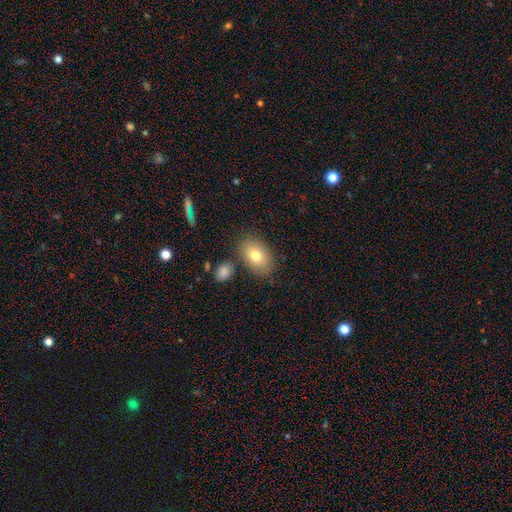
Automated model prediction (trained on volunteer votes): Smooth or featured?
  - smooth: 77% *
  - featured or disk: 15%
  - star or artifact: 8%
How rounded?
  - in between: 85% *
  - round: 14%
  - cigar-shaped: 1%
Merging?
  - none: 77% *
  - minor disturbance: 13%
  - merger: 6%
  - major disturbance: 4%